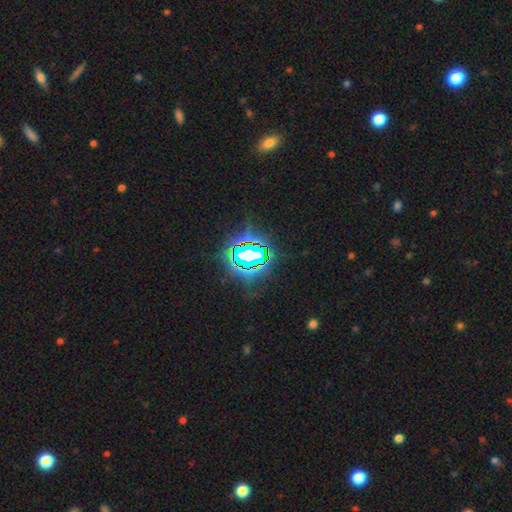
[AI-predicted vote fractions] Q: Smooth or featured?
A: star or artifact (78%); runner-up: smooth (11%)